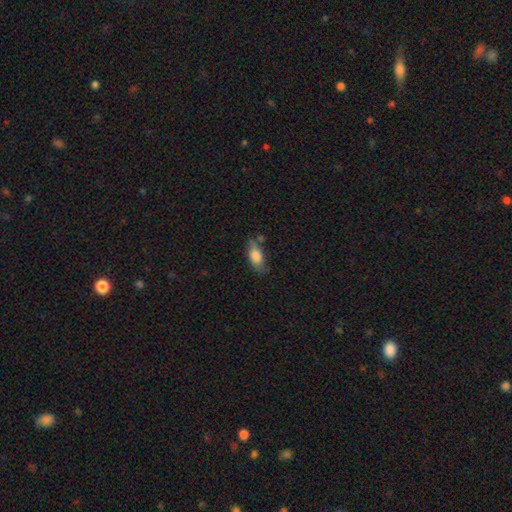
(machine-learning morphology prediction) This appears to be a smooth galaxy with no disk features (81%) that is in between round and cigar-shaped (86%). Merging: none (58%).